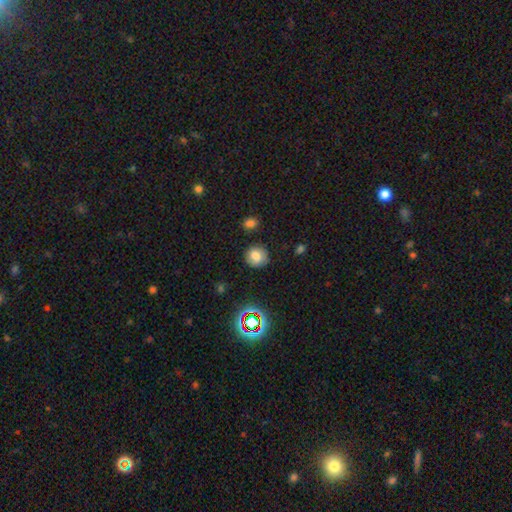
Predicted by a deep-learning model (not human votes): This appears to be a smooth galaxy with no disk features (73%) that is round (83%). Merging: none (82%).